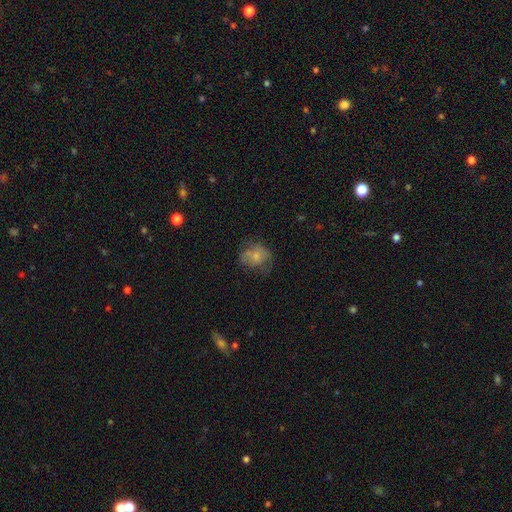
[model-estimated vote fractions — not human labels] smooth 59%, featured or disk 32%, star or artifact 9%. Down the decision tree: how rounded — round (62%); merging — none (44%).